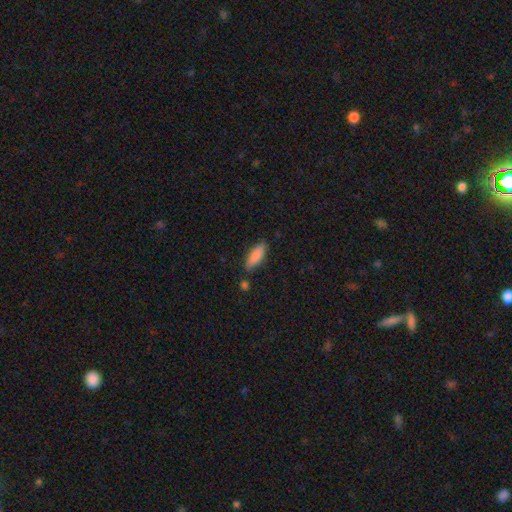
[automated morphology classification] Smooth or featured: smooth — 86% (featured or disk — 8%)
How rounded: in between — 59% (cigar-shaped — 39%)
Merging: none — 79% (minor disturbance — 14%)